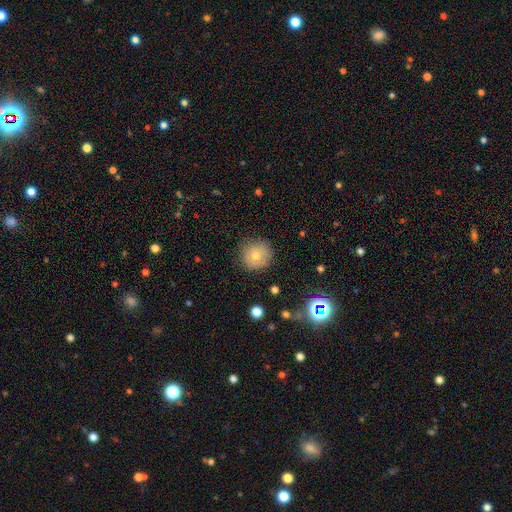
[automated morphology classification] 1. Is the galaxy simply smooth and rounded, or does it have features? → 64% smooth, 22% featured or disk, 14% star or artifact.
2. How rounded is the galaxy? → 93% round, 6% in between, 1% cigar-shaped.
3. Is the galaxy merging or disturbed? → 82% none, 13% minor disturbance, 3% major disturbance, 1% merger.